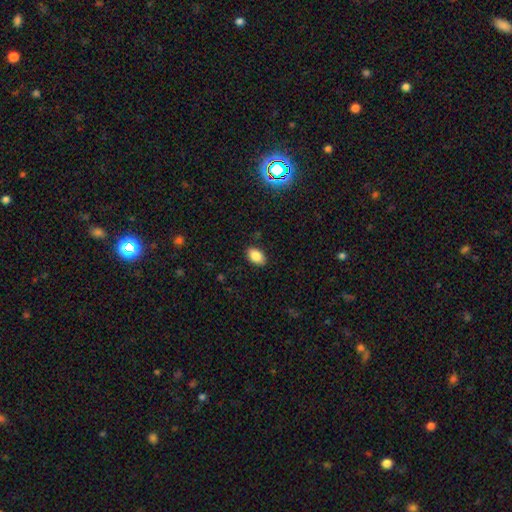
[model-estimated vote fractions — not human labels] Smooth or featured: smooth — 86% (star or artifact — 8%)
How rounded: in between — 89% (round — 10%)
Merging: none — 87% (minor disturbance — 10%)